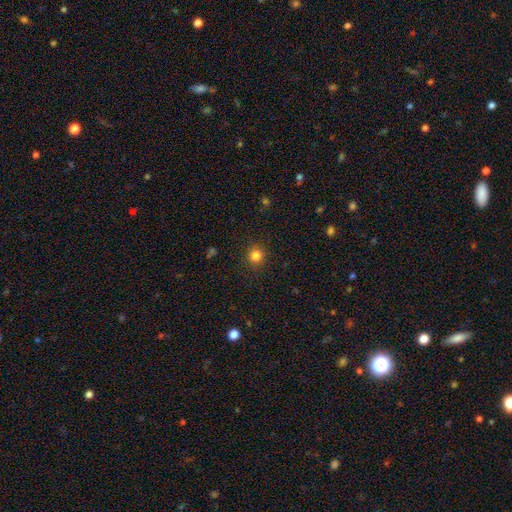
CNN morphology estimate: Smooth or featured: smooth — 82% (star or artifact — 13%)
How rounded: round — 92% (in between — 7%)
Merging: none — 90% (minor disturbance — 6%)